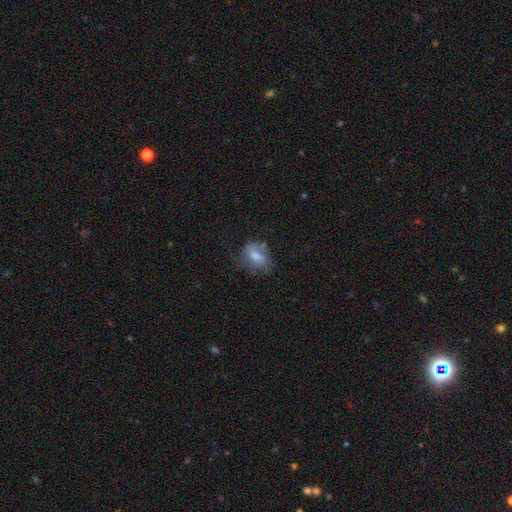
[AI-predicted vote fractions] This appears to be a smooth galaxy with no disk features (56%) that is in between round and cigar-shaped (72%). Merging: none (45%).